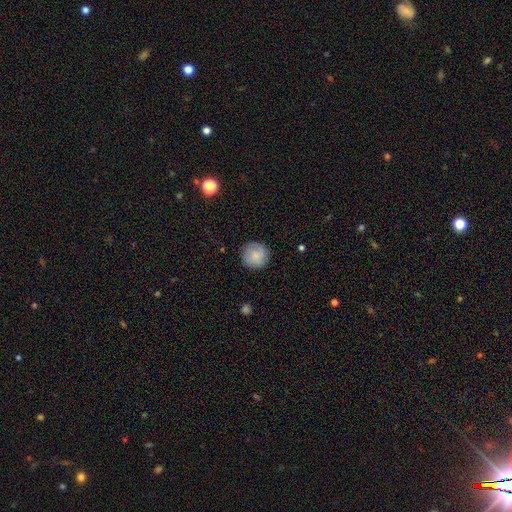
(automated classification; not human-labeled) This appears to be a smooth galaxy with no disk features (81%) that is round (95%). Merging: none (87%).